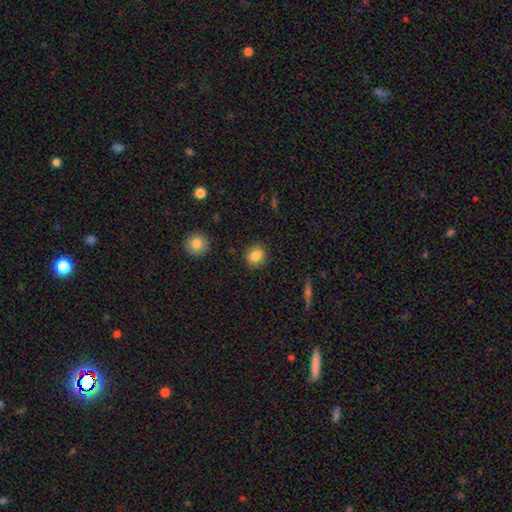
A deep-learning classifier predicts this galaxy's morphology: Smooth or featured? Predicted: smooth (p=0.85). How rounded? Predicted: round (p=0.66). Merging? Predicted: none (p=0.89).